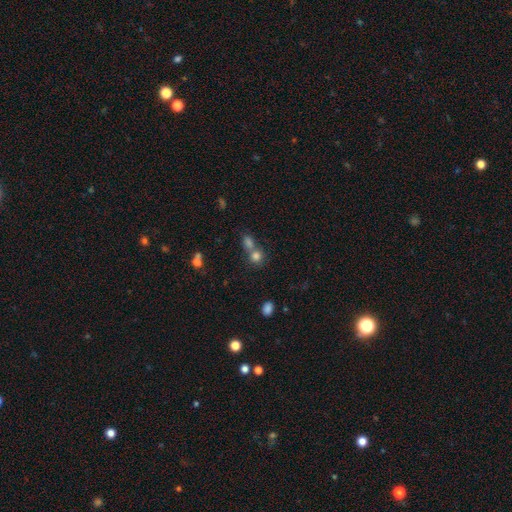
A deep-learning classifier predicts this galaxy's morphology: A smooth galaxy with no disk features (77%) that is round (80%).

Vote fractions:
- Smooth or featured? smooth: 77% / star or artifact: 14% / featured or disk: 9%
- How rounded? round: 80% / in between: 18% / cigar-shaped: 1%
- Merging? merger: 49% / none: 41% / minor disturbance: 7% / major disturbance: 3%